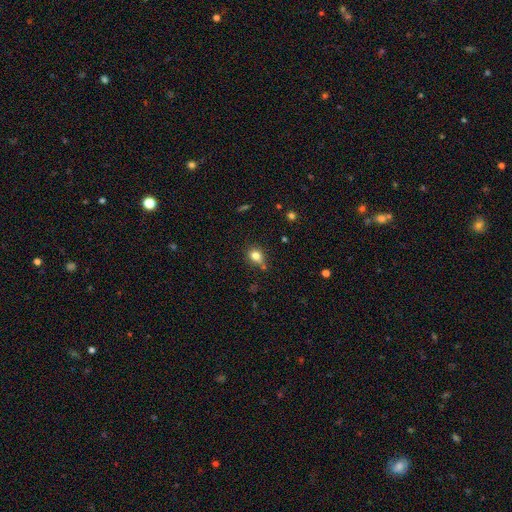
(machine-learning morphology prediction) Q: Smooth or featured?
A: smooth (79%); runner-up: star or artifact (13%)
Q: How rounded?
A: round (69%); runner-up: in between (30%)
Q: Merging?
A: none (62%); runner-up: minor disturbance (21%)